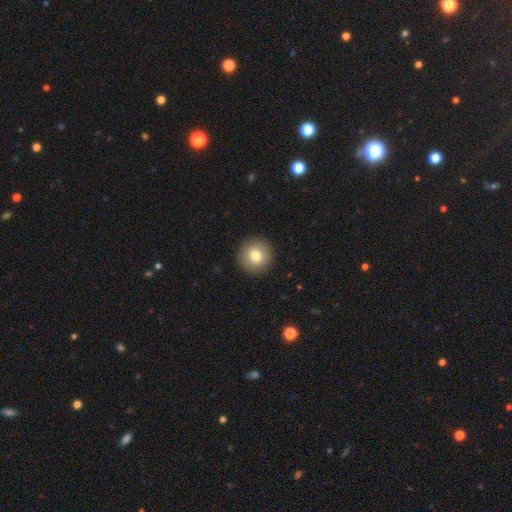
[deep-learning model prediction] Smooth or featured?
  - smooth: 79% *
  - featured or disk: 11%
  - star or artifact: 9%
How rounded?
  - round: 93% *
  - in between: 6%
  - cigar-shaped: 1%
Merging?
  - none: 92% *
  - minor disturbance: 5%
  - major disturbance: 2%
  - merger: 1%